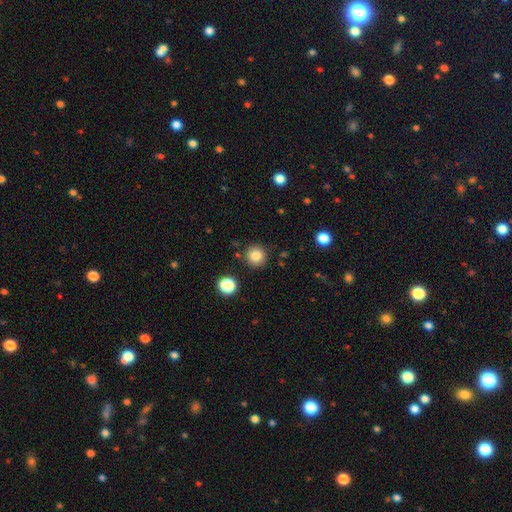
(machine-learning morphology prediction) The model was most divided on "smooth or featured": smooth: 84%, star or artifact: 11%, featured or disk: 6%. More confident: how rounded — round (93%); merging — none (87%).